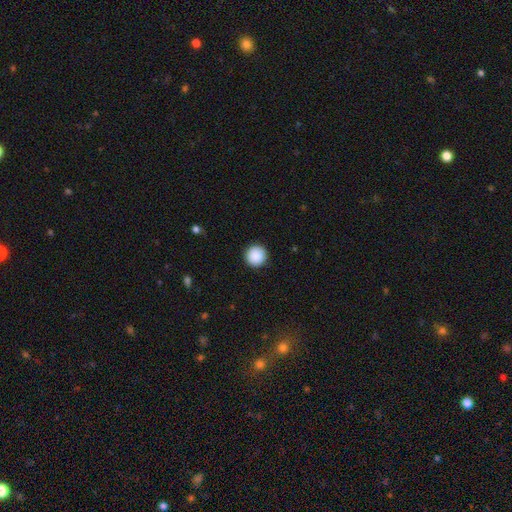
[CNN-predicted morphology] A smooth galaxy with no disk features (90%) that is round (96%). Merging: none (93%).